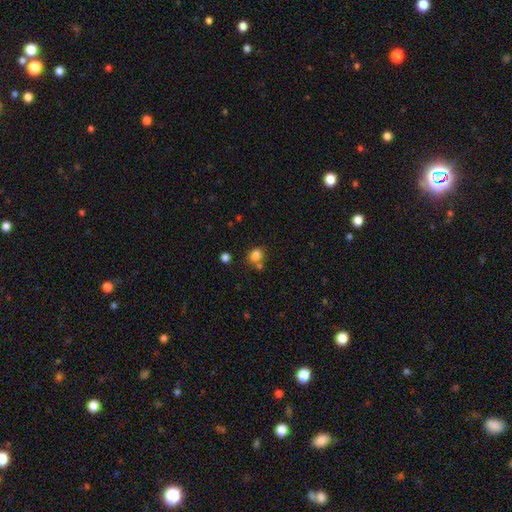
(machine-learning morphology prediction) Smooth or featured? smooth (80%)
How rounded? in between (60%)
Merging? none (54%)